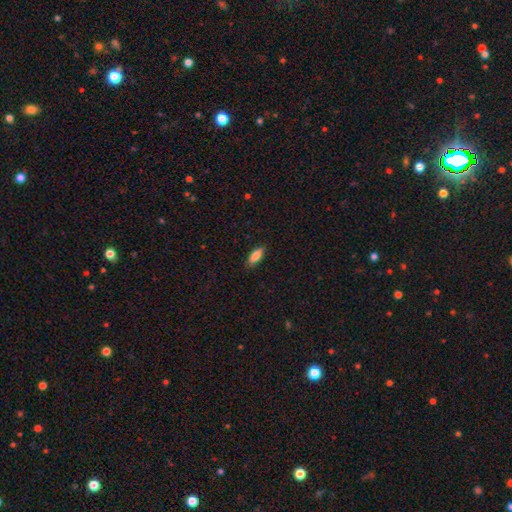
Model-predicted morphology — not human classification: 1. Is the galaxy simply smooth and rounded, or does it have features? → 84% smooth, 9% featured or disk, 7% star or artifact.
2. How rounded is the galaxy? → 75% in between, 23% cigar-shaped, 2% round.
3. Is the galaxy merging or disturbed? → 85% none, 11% minor disturbance, 2% major disturbance, 1% merger.